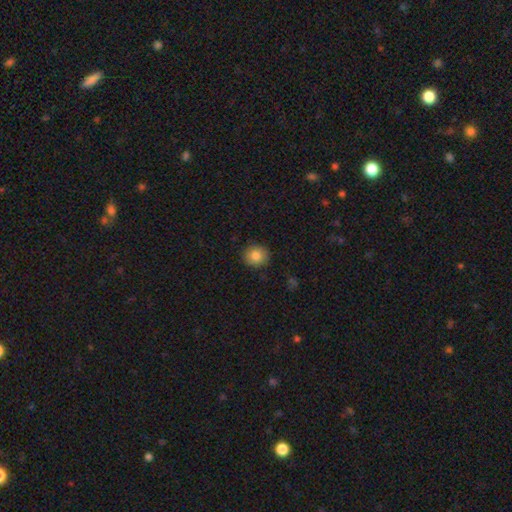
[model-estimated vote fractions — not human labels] smooth-or-featured: smooth: 82% | star or artifact: 9% | featured or disk: 9%
  how-rounded: round: 84% | in between: 15% | cigar-shaped: 1%
  merging: none: 90% | minor disturbance: 8% | major disturbance: 2% | merger: 1%